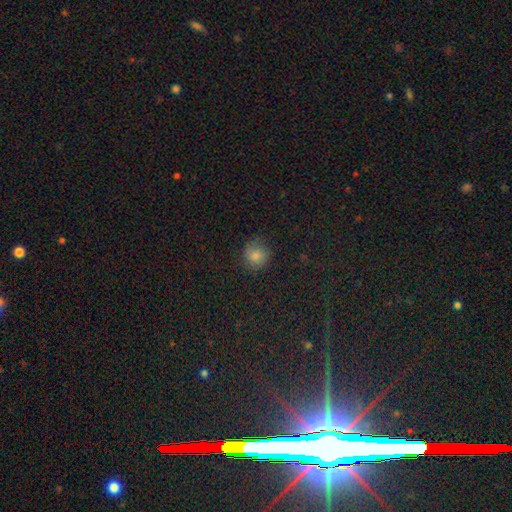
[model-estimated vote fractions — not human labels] Overall: smooth (80%). How rounded: round (86%). Merging: none (73%).